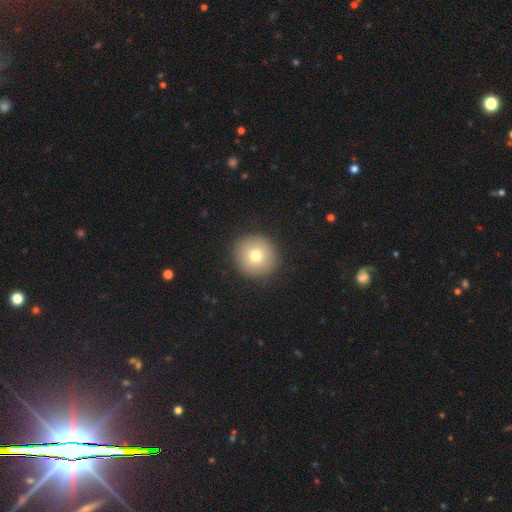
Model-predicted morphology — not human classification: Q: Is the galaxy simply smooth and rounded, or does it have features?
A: smooth — 76%.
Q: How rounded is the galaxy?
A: round — 95%.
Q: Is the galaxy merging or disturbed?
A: none — 91%.